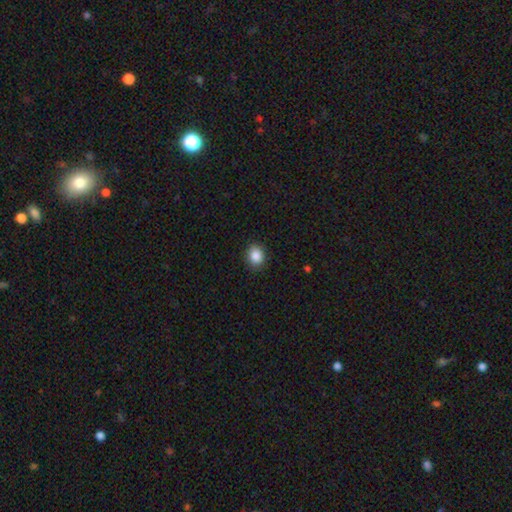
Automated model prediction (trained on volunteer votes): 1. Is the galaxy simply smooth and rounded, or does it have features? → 87% smooth, 9% star or artifact, 4% featured or disk.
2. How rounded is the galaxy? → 60% round, 39% in between, 1% cigar-shaped.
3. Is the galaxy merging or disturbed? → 89% none, 8% minor disturbance, 2% major disturbance, 1% merger.